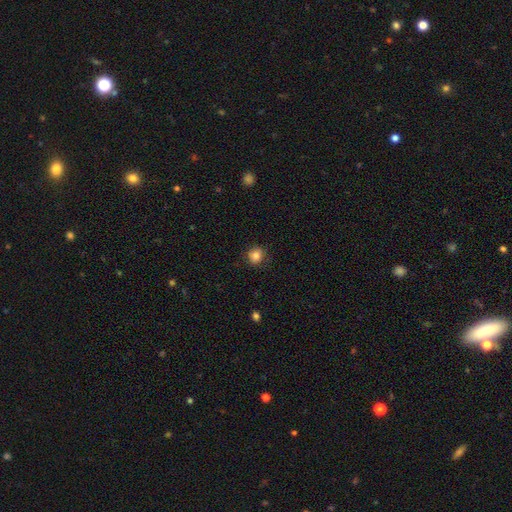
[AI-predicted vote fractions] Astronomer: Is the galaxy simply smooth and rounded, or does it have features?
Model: smooth — 83%.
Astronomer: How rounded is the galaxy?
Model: round — 86%.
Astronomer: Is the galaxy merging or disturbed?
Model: none — 86%.